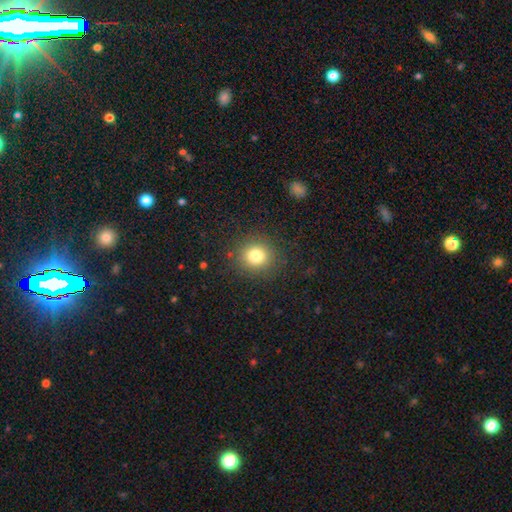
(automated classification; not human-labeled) A smooth galaxy with no disk features (80%) that is round (87%). Merging: none (88%).